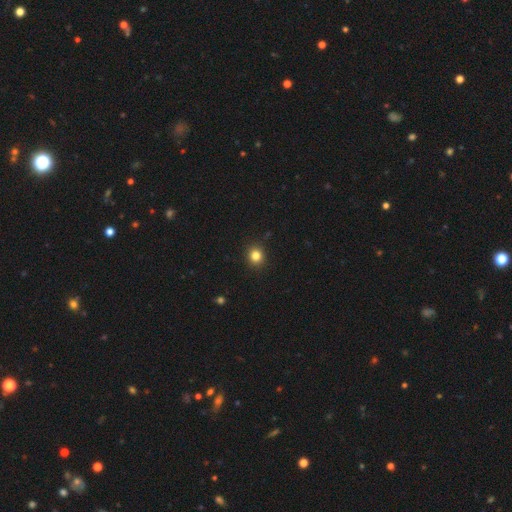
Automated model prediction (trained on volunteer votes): Smooth or featured?
  - smooth: 83% *
  - star or artifact: 12%
  - featured or disk: 5%
How rounded?
  - round: 87% *
  - in between: 13%
  - cigar-shaped: 1%
Merging?
  - none: 92% *
  - minor disturbance: 6%
  - major disturbance: 2%
  - merger: 1%